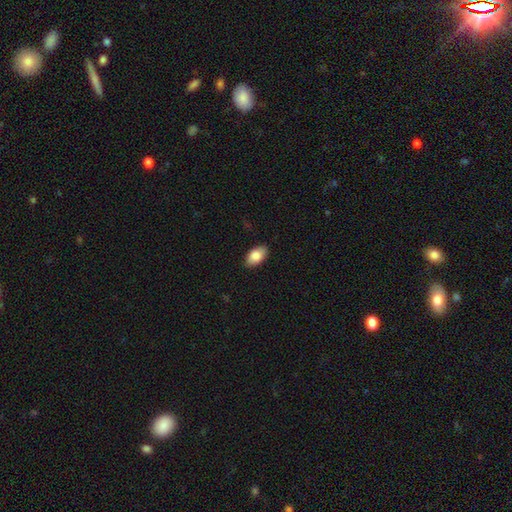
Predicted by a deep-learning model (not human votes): Smooth or featured: smooth — 85% (featured or disk — 9%)
How rounded: in between — 93% (round — 4%)
Merging: none — 87% (minor disturbance — 10%)